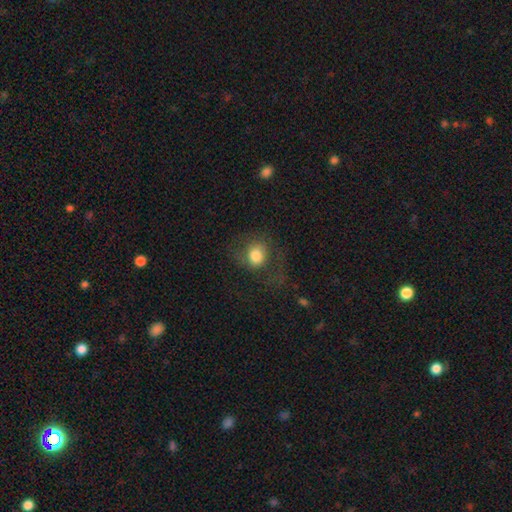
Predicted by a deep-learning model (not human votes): Overall: smooth (72%). How rounded: round (70%). Merging: none (50%; major disturbance 29%).